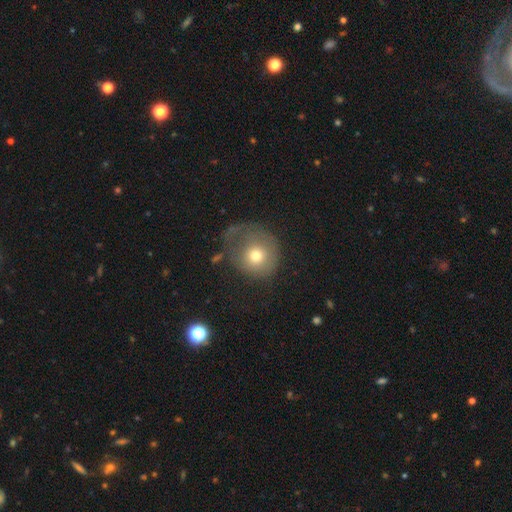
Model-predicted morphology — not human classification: A smooth galaxy with no disk features (68%) that is round (85%). Merging: major disturbance (37%).